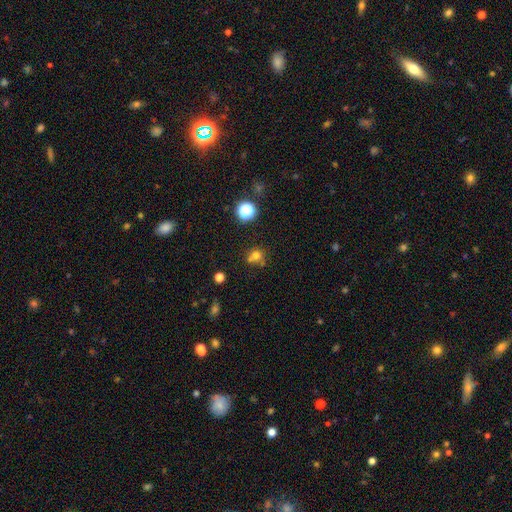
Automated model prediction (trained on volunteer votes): smooth 68%, star or artifact 21%, featured or disk 12%. Down the decision tree: how rounded — round (84%); merging — none (55%).